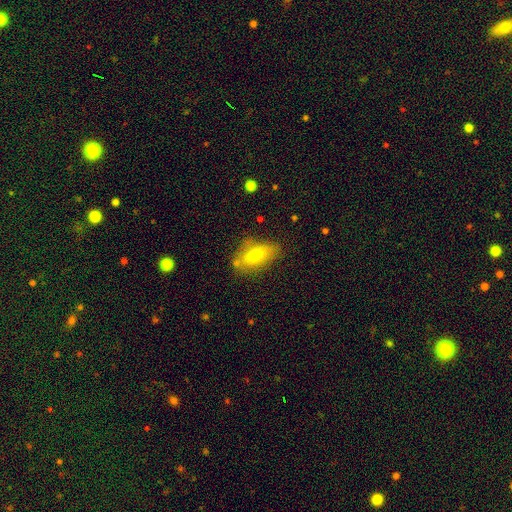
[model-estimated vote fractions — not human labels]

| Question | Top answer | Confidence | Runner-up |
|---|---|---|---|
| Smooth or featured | smooth | 67% | featured or disk (25%) |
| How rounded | in between | 83% | cigar-shaped (11%) |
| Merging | none | 72% | minor disturbance (18%) |